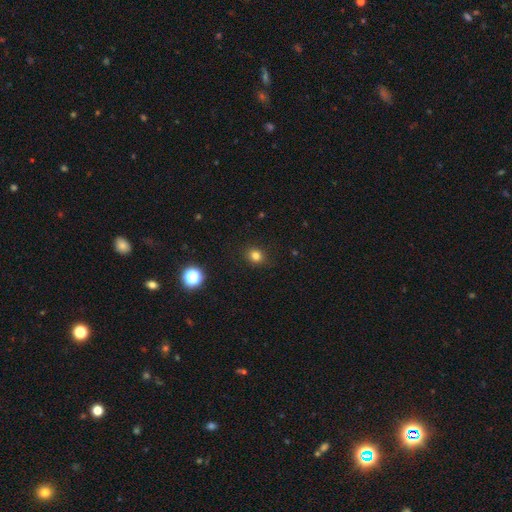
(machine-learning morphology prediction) Smooth or featured?
  - smooth: 80% *
  - star or artifact: 15%
  - featured or disk: 5%
How rounded?
  - round: 73% *
  - in between: 26%
  - cigar-shaped: 1%
Merging?
  - none: 88% *
  - minor disturbance: 8%
  - major disturbance: 2%
  - merger: 1%